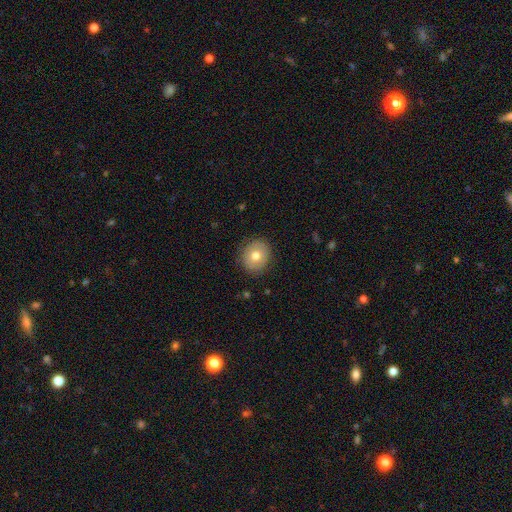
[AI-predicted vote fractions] The model was most divided on "smooth or featured": smooth: 72%, featured or disk: 19%, star or artifact: 9%. More confident: merging — none (87%); how rounded — round (77%).